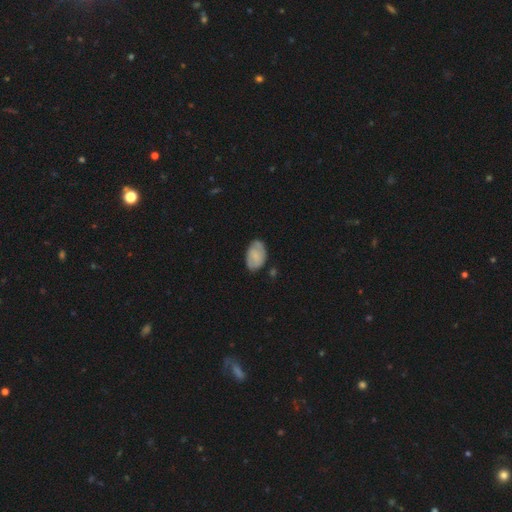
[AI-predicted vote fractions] smooth 66%, featured or disk 27%, star or artifact 7%. Down the decision tree: how rounded — in between (91%); merging — none (70%).